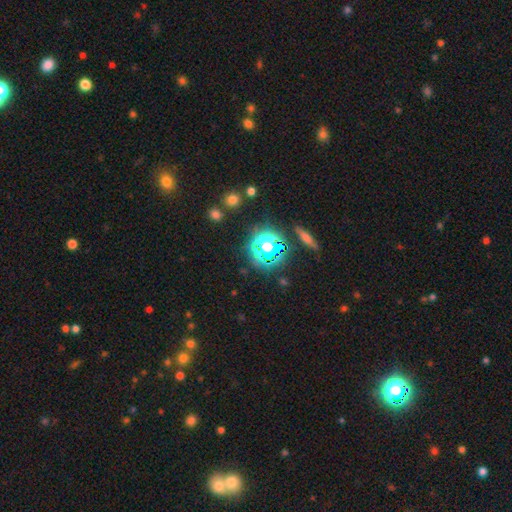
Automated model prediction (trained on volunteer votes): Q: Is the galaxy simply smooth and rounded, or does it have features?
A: star or artifact — 75%.